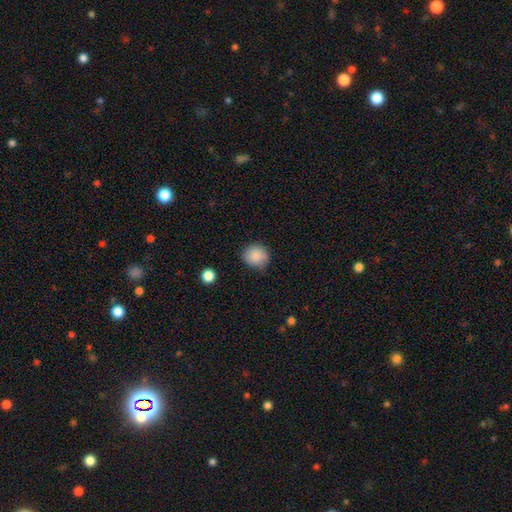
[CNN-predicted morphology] smooth-or-featured: smooth: 88% | star or artifact: 8% | featured or disk: 4%
  how-rounded: round: 88% | in between: 11% | cigar-shaped: 1%
  merging: none: 83% | minor disturbance: 13% | major disturbance: 3% | merger: 1%